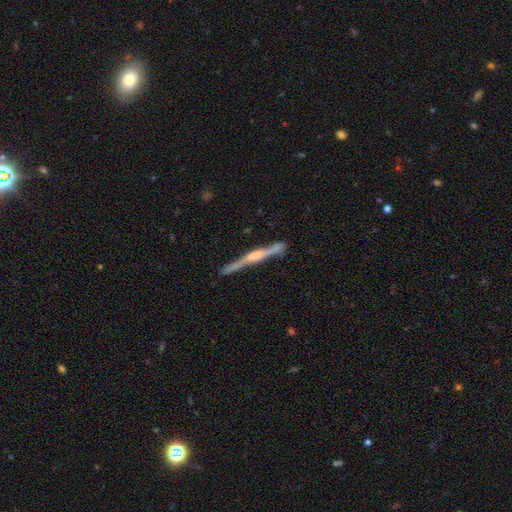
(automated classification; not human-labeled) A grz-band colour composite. It shows a featured or disk galaxy (79%) viewed edge-on (98%) with a rounded central bulge (56%). Merging: none (84%).